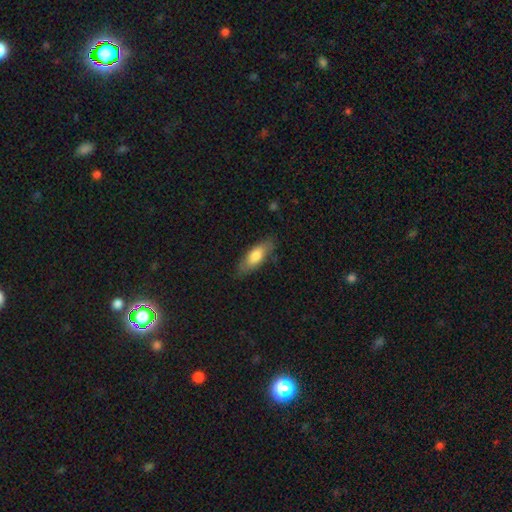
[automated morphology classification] Smooth or featured? smooth (74%)
How rounded? in between (71%)
Merging? none (77%)